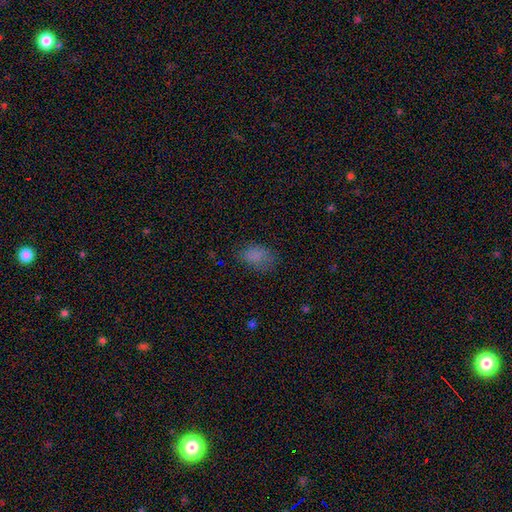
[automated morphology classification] smooth 78%, star or artifact 14%, featured or disk 8%. Down the decision tree: how rounded — in between (83%); merging — none (68%).